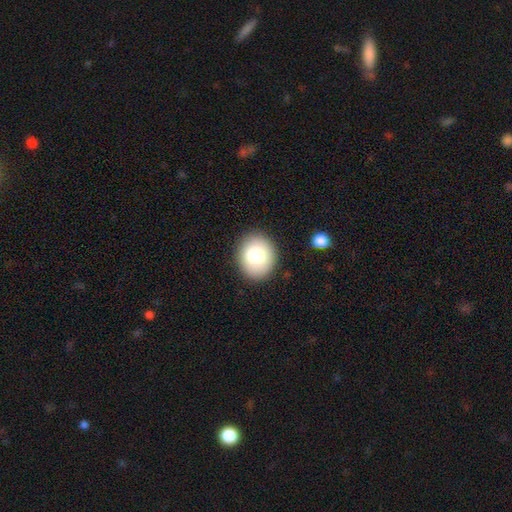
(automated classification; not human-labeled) smooth-or-featured: smooth: 79% | featured or disk: 12% | star or artifact: 9%
  how-rounded: round: 66% | in between: 34% | cigar-shaped: 1%
  merging: none: 89% | minor disturbance: 8% | major disturbance: 2% | merger: 1%